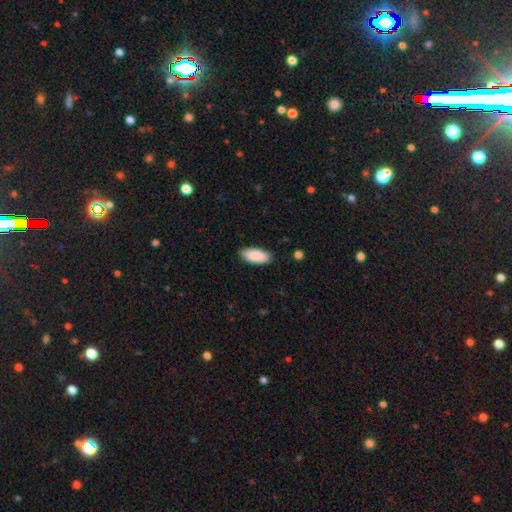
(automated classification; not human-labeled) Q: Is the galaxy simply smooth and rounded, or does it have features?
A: smooth — 90%.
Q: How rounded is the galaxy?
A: in between — 88%.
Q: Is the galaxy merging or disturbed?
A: none — 87%.